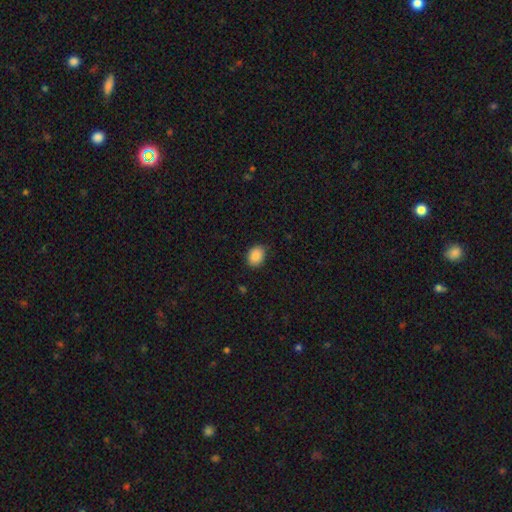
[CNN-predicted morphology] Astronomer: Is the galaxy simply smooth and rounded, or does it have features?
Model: smooth — 89%.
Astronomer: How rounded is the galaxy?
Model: in between — 61% (runner-up: round, 38%).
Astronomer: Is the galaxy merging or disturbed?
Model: none — 85%.